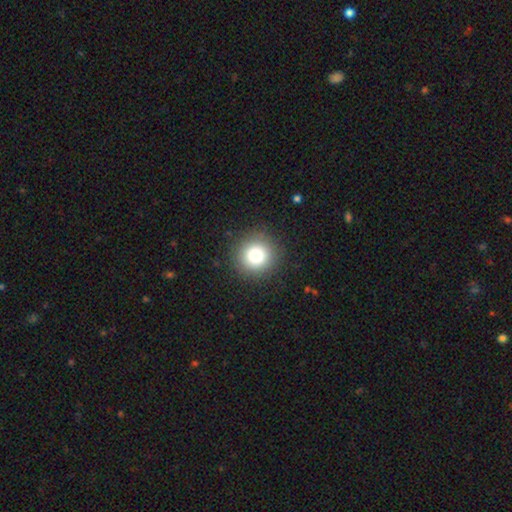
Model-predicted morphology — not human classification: This appears to be a smooth galaxy with no disk features (78%) that is round (95%). Merging: none (90%).